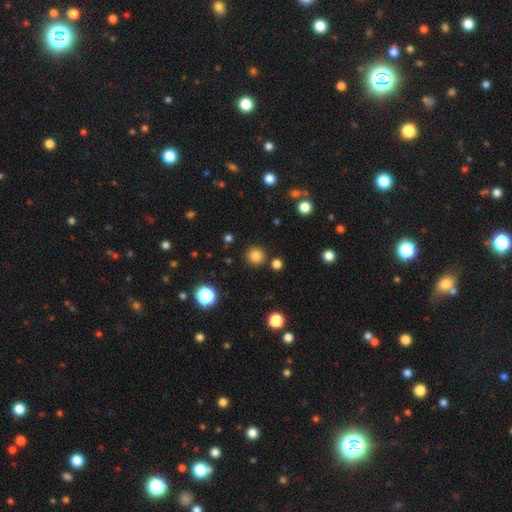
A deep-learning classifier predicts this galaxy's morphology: Smooth or featured: smooth — 82% (star or artifact — 13%)
How rounded: round — 94% (in between — 5%)
Merging: none — 89% (minor disturbance — 6%)